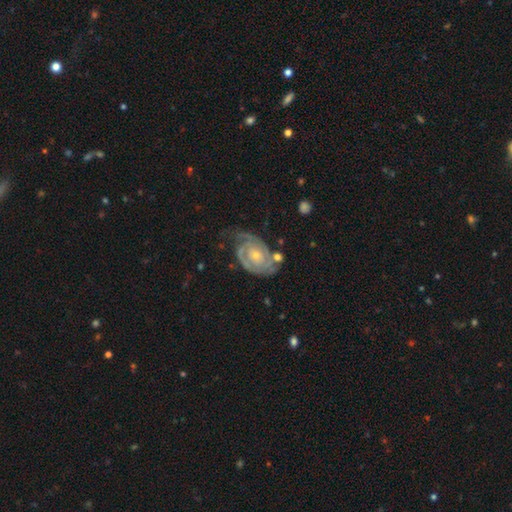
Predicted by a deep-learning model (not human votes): Q: Smooth or featured?
A: featured or disk (87%); runner-up: smooth (8%)
Q: Edge-on disk?
A: no (97%); runner-up: yes (3%)
Q: Bar?
A: no (71%); runner-up: weak (24%)
Q: Spiral arms?
A: yes (96%); runner-up: no (4%)
Q: Spiral winding?
A: tight (69%); runner-up: medium (25%)
Q: Spiral arm count?
A: 2 (62%); runner-up: can't tell (15%)
Q: Bulge size?
A: small (65%); runner-up: moderate (30%)
Q: Merging?
A: none (56%); runner-up: minor disturbance (24%)